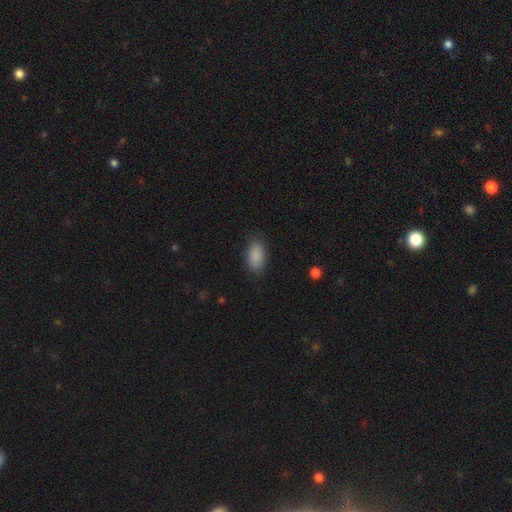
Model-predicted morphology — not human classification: The model was most divided on "merging": none: 85%, minor disturbance: 11%, major disturbance: 3%, merger: 1%. More confident: how rounded — in between (92%); smooth or featured — smooth (89%).